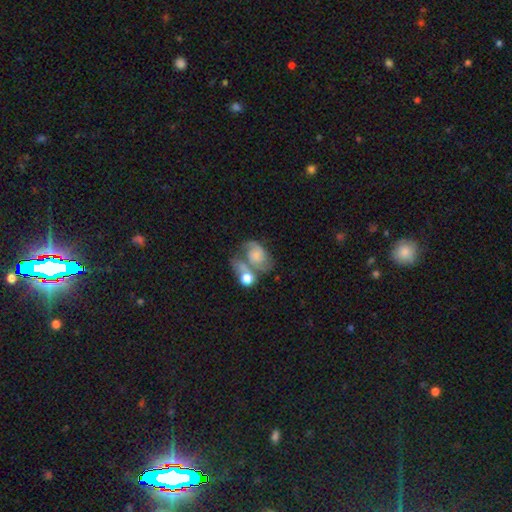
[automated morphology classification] Smooth or featured? Predicted: featured or disk (p=0.56). Edge-on disk? Predicted: no (p=0.97). Bar? Predicted: no (p=0.72). Spiral arms? Predicted: yes (p=0.78). Bulge size? Predicted: small (p=0.35). Merging? Predicted: none (p=0.33).